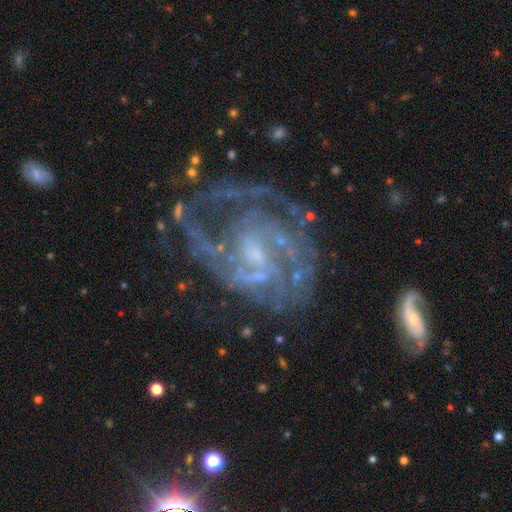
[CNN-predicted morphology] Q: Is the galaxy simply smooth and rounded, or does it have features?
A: featured or disk — 86%.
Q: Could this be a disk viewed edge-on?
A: no — 98%.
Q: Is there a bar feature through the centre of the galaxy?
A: no — 49%.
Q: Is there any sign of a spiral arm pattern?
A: yes — 90%.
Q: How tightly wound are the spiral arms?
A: tight — 48%.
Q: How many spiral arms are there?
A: can't tell — 31%.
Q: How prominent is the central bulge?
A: small — 54%.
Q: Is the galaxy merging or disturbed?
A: none — 51%.